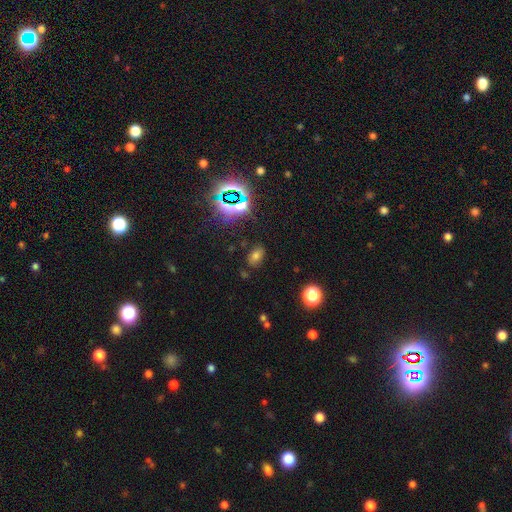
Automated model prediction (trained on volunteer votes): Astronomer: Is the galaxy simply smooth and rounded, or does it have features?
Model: smooth — 60%.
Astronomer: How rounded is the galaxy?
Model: in between — 85%.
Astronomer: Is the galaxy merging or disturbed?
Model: none — 81%.